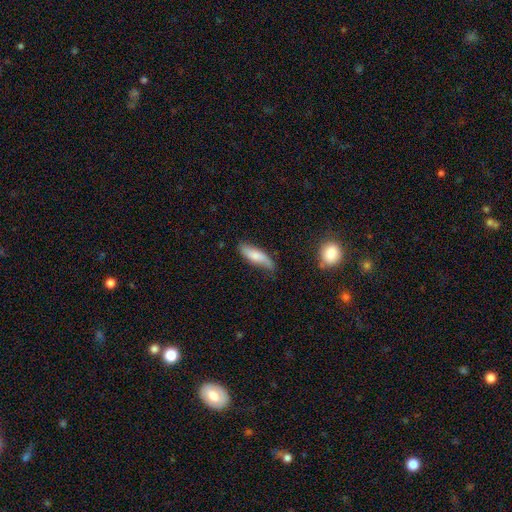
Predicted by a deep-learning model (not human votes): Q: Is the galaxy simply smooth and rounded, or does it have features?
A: smooth — 68%.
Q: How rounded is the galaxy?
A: cigar-shaped — 50%.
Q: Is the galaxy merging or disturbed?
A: none — 60%.